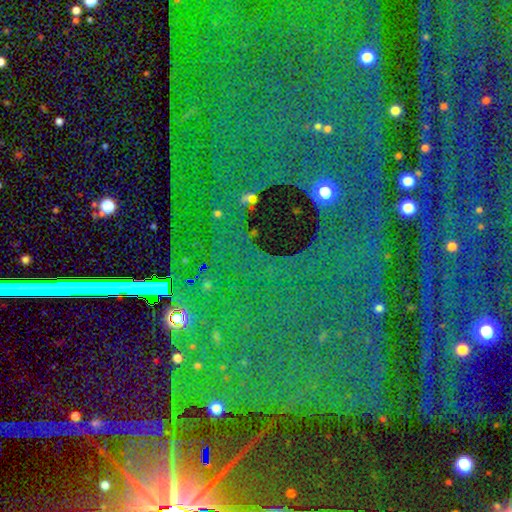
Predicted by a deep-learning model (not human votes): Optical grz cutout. It shows a star or artifact, not a galaxy (81%).